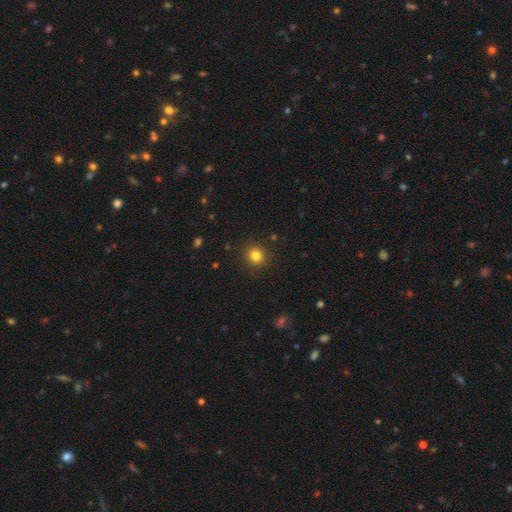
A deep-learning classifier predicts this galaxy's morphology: This is clearly a smooth galaxy (82%). How rounded: clearly round (91%). Merging: clearly none (91%).